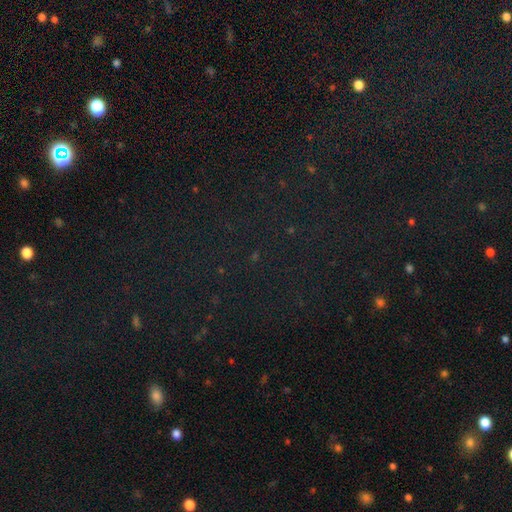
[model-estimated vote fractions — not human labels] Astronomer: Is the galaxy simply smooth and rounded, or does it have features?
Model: star or artifact — 77%.